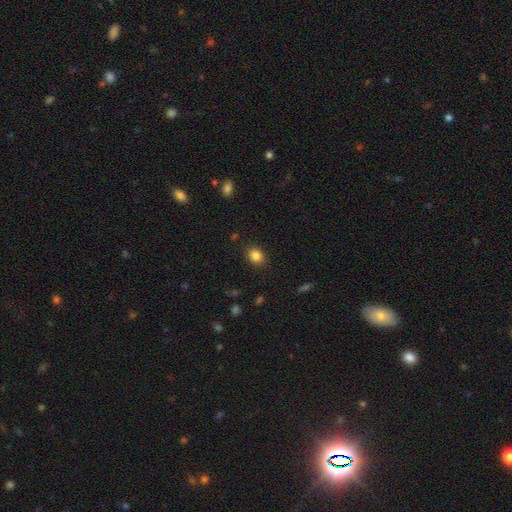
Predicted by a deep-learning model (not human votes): smooth 85%, star or artifact 10%, featured or disk 5%. Down the decision tree: how rounded — round (50%); merging — none (87%).